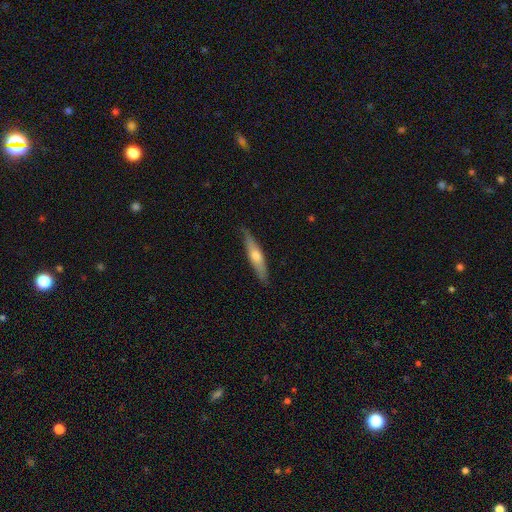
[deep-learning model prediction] Smooth or featured: featured or disk — 52% (smooth — 43%)
Edge-on disk: yes — 90% (no — 10%)
Merging: none — 87% (minor disturbance — 11%)